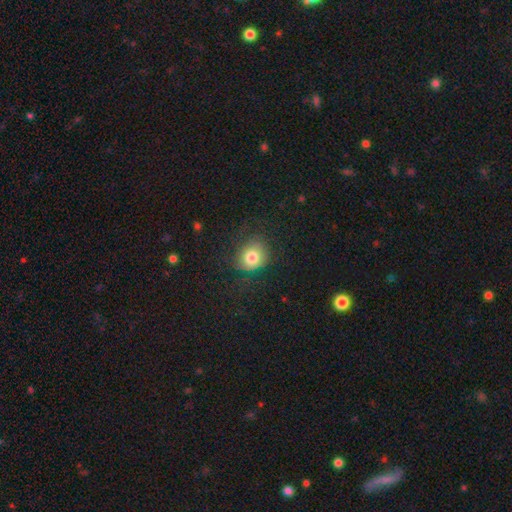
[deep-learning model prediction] Smooth or featured?
  - smooth: 68% *
  - star or artifact: 26%
  - featured or disk: 6%
How rounded?
  - round: 86% *
  - in between: 13%
  - cigar-shaped: 1%
Merging?
  - none: 90% *
  - minor disturbance: 6%
  - major disturbance: 2%
  - merger: 1%